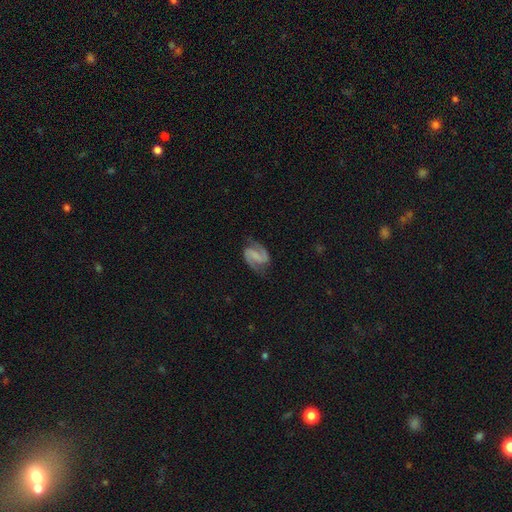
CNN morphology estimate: smooth_or_featured: featured or disk (p=0.87) [alt: smooth p=0.08]
disk_edge_on: no (p=0.98) [alt: yes p=0.02]
bar: weak (p=0.41) [alt: strong p=0.33]
has_spiral_arms: yes (p=0.97) [alt: no p=0.03]
spiral_winding: medium (p=0.53) [alt: loose p=0.25]
spiral_arm_count: 2 (p=0.94) [alt: can't tell p=0.02]
bulge_size: none (p=0.61) [alt: small p=0.23]
merging: none (p=0.78) [alt: minor disturbance p=0.15]